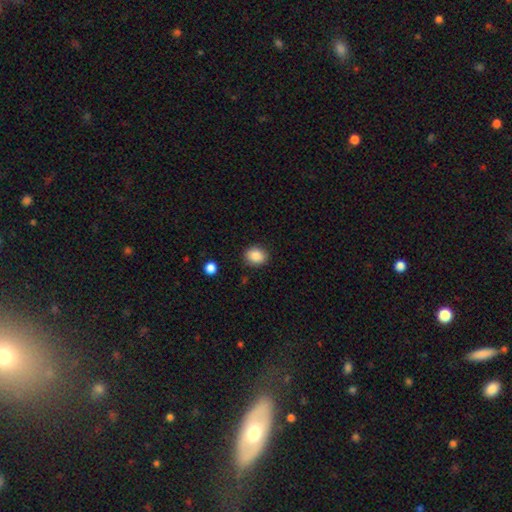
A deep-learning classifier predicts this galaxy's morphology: Smooth or featured?
  - smooth: 88% *
  - star or artifact: 9%
  - featured or disk: 4%
How rounded?
  - round: 61% *
  - in between: 38%
  - cigar-shaped: 1%
Merging?
  - none: 87% *
  - minor disturbance: 9%
  - major disturbance: 3%
  - merger: 2%